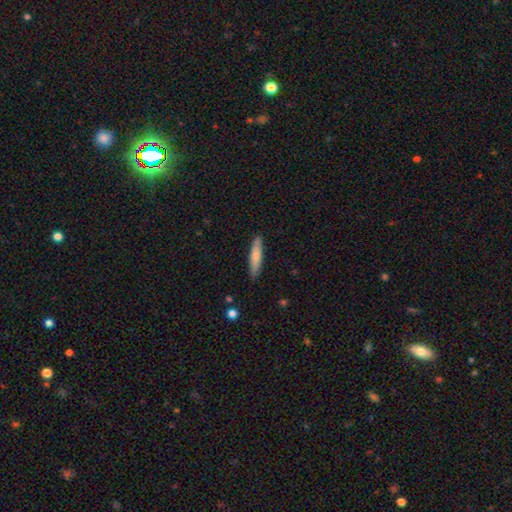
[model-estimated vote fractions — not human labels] smooth_or_featured: smooth (p=0.74) [alt: featured or disk p=0.21]
how_rounded: cigar-shaped (p=0.87) [alt: in between p=0.12]
merging: none (p=0.87) [alt: minor disturbance p=0.10]